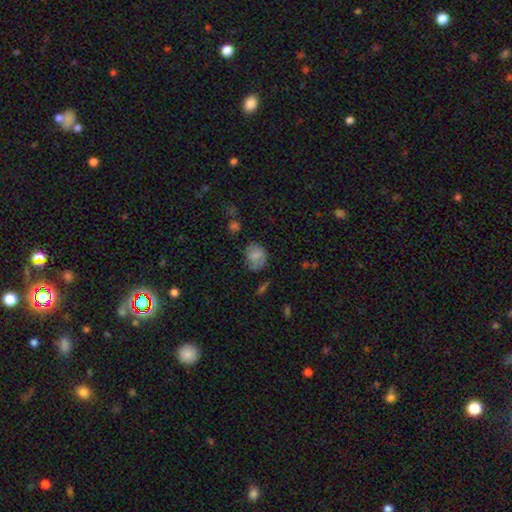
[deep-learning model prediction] This appears to be a smooth galaxy with no disk features (71%) that is round (57%). Merging: none (61%).